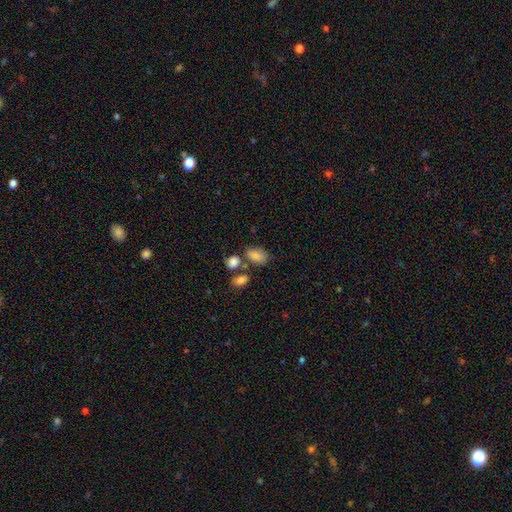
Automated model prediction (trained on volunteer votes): smooth_or_featured: smooth (p=0.81) [alt: featured or disk p=0.09]
how_rounded: in between (p=0.86) [alt: round p=0.13]
merging: none (p=0.54) [alt: merger p=0.22]